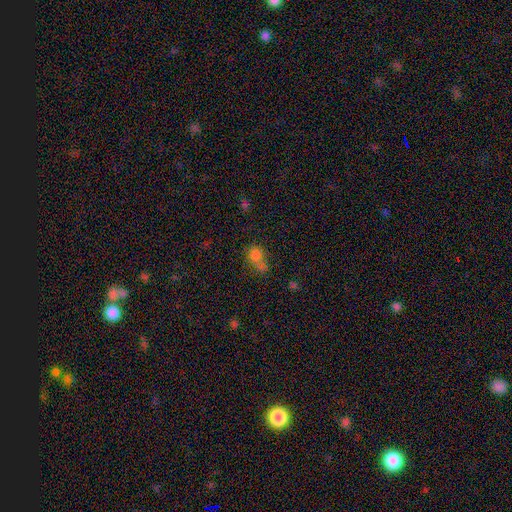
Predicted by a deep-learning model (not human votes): This appears to be a smooth galaxy with no disk features (74%) that is round (52%). Merging: merger (39%).